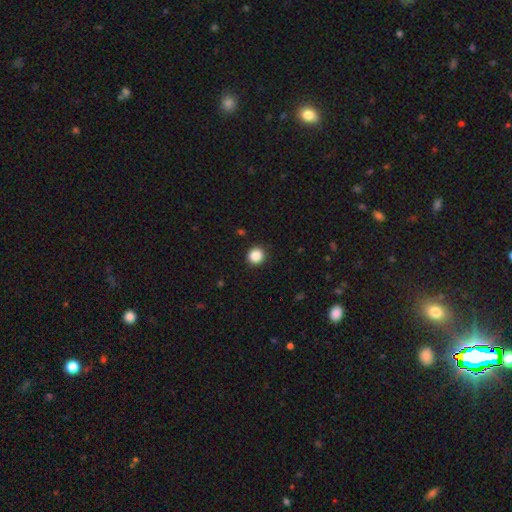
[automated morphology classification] Smooth or featured: smooth — 87% (star or artifact — 10%)
How rounded: round — 94% (in between — 5%)
Merging: none — 92% (minor disturbance — 5%)